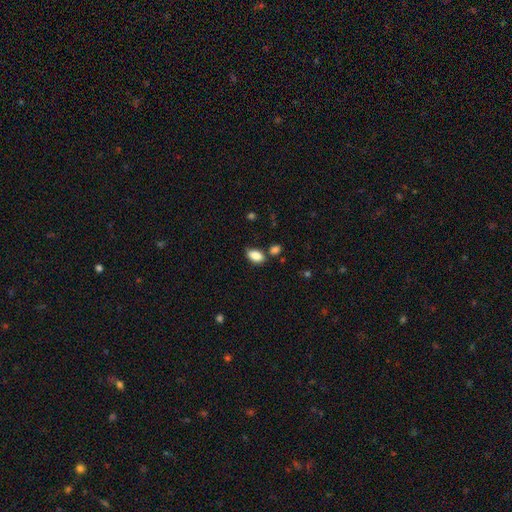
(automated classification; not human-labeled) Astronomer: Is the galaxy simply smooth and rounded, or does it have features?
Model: smooth — 87%.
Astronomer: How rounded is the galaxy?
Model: in between — 91%.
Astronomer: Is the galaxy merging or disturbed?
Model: none — 63%.